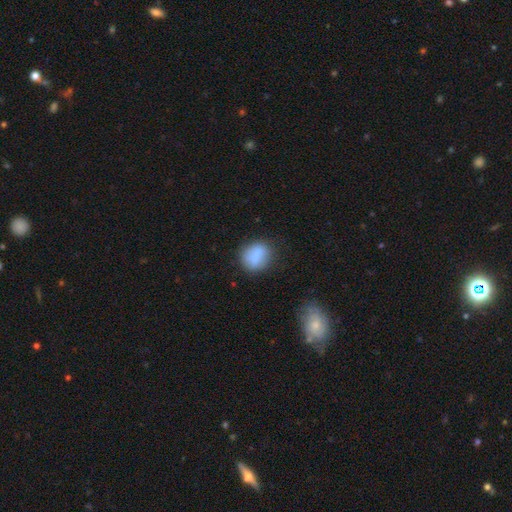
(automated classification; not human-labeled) Morphology: type=smooth (75%); roundness=round (65%); merging=none (59%).